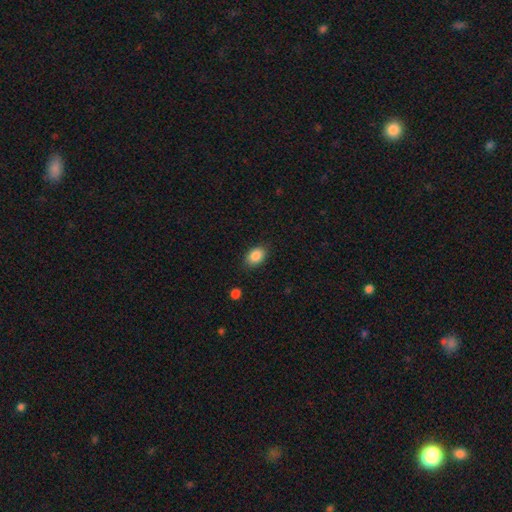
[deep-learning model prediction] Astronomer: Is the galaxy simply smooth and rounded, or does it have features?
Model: smooth — 87%.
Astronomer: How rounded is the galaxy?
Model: in between — 80%.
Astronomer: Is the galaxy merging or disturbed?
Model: none — 85%.